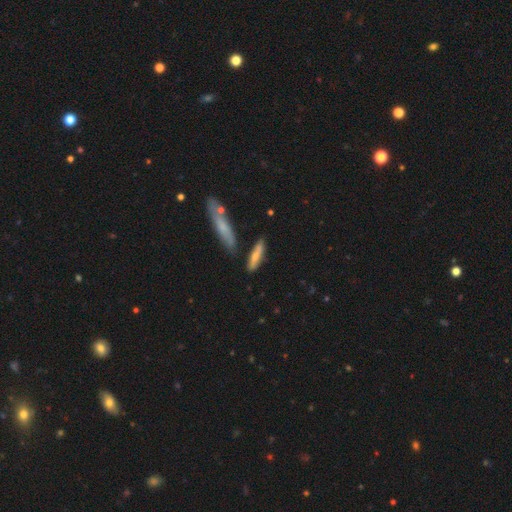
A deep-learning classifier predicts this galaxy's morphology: This is likely a smooth galaxy (64%). How rounded: likely cigar-shaped (73%). Merging: likely none (71%).